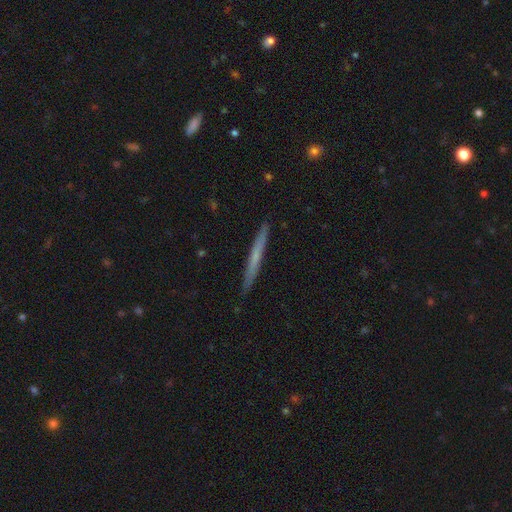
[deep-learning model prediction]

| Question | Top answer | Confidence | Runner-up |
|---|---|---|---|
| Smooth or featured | smooth | 50% | featured or disk (44%) |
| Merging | none | 91% | minor disturbance (7%) |